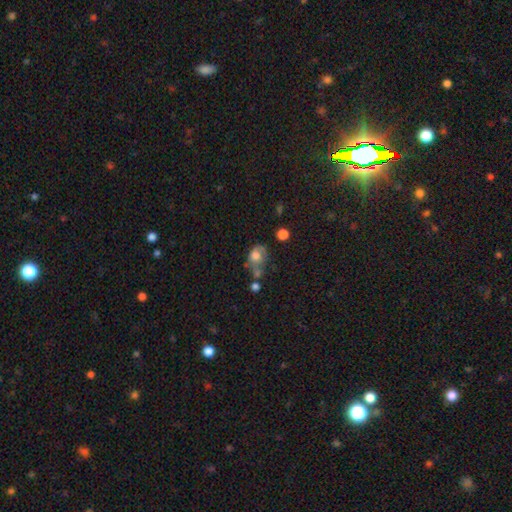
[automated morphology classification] Smooth or featured?
  - smooth: 62% *
  - featured or disk: 28%
  - star or artifact: 10%
How rounded?
  - in between: 58% *
  - round: 40%
  - cigar-shaped: 1%
Merging?
  - none: 31% *
  - minor disturbance: 28%
  - major disturbance: 21%
  - merger: 21%